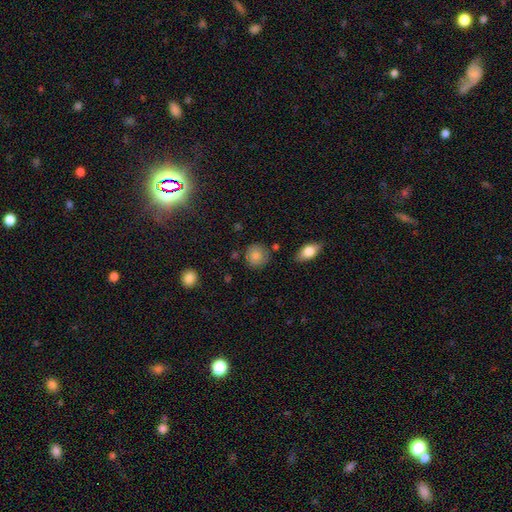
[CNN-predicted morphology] A smooth galaxy with no disk features (81%) that is round (87%). Merging: none (79%).